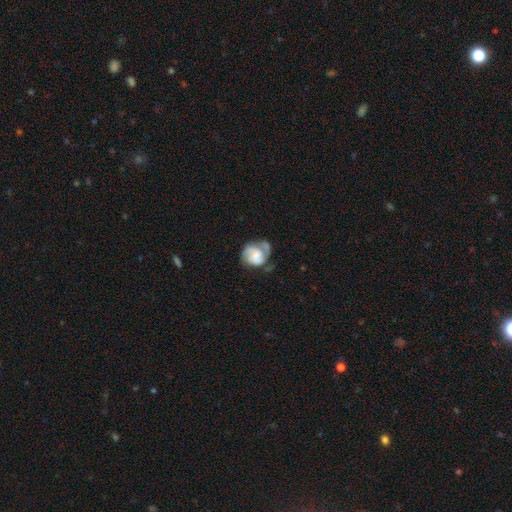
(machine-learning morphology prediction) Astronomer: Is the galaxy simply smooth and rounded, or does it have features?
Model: featured or disk — 61%.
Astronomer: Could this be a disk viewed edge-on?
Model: no — 98%.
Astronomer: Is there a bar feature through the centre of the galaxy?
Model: no — 66%.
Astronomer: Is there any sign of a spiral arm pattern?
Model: yes — 81%.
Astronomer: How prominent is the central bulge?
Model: small — 33% (runner-up: moderate, 28%).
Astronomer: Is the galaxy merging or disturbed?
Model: none — 40% (runner-up: minor disturbance, 29%).